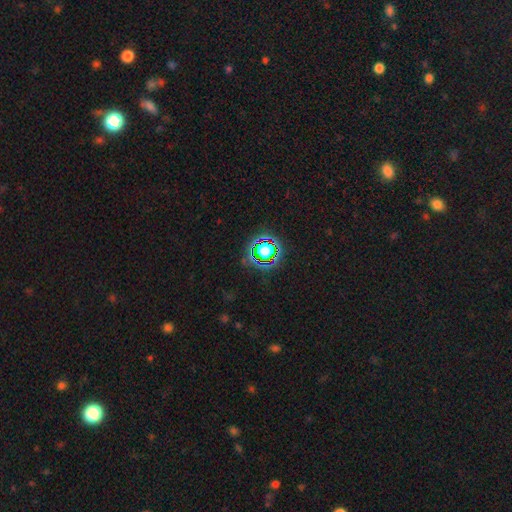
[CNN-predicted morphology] The model was most divided on "smooth or featured": star or artifact: 77%, smooth: 15%, featured or disk: 8%.